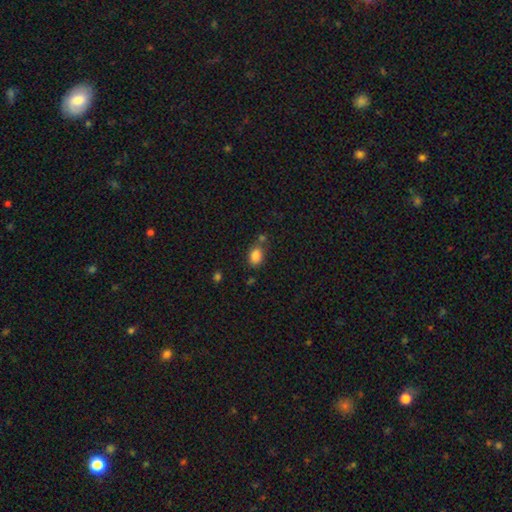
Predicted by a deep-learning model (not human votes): A smooth galaxy with no disk features (85%) that is in between round and cigar-shaped (75%).

Vote fractions:
- Smooth or featured? smooth: 85% / star or artifact: 10% / featured or disk: 5%
- How rounded? in between: 75% / round: 23% / cigar-shaped: 1%
- Merging? none: 65% / minor disturbance: 15% / merger: 15% / major disturbance: 4%